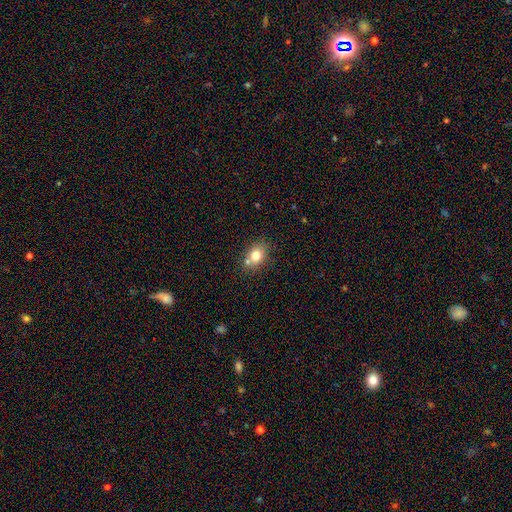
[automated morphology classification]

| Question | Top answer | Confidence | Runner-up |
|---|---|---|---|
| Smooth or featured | smooth | 76% | featured or disk (13%) |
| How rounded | in between | 51% | round (48%) |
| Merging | none | 66% | merger (18%) |